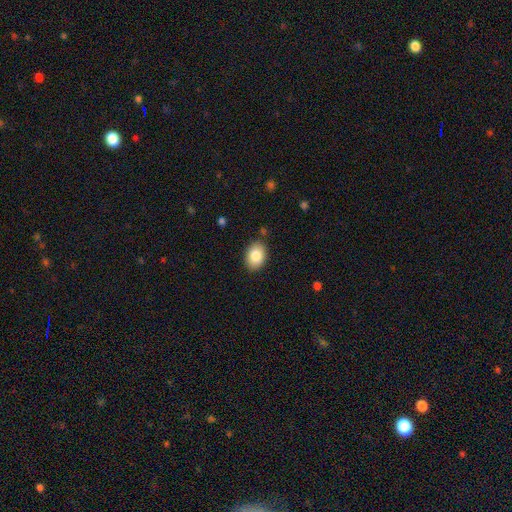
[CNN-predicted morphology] The model was most divided on "how rounded": in between: 77%, round: 22%, cigar-shaped: 1%. More confident: merging — none (87%); smooth or featured — smooth (85%).